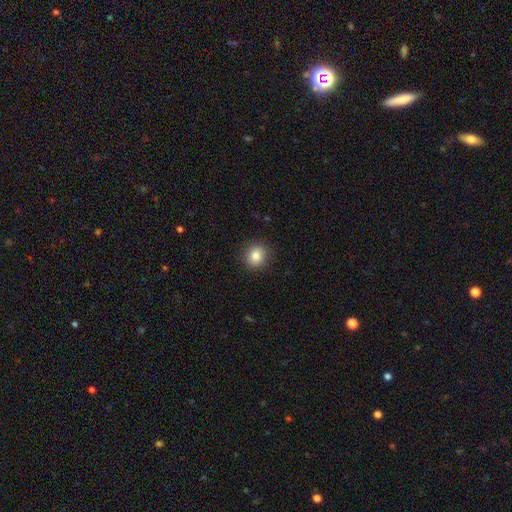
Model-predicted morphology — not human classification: Smooth or featured? smooth (83%)
How rounded? round (74%)
Merging? none (90%)